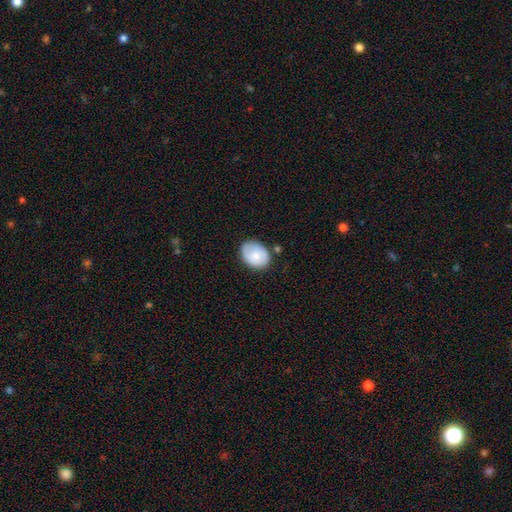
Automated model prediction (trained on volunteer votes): smooth 77%, featured or disk 16%, star or artifact 7%. Down the decision tree: how rounded — in between (68%); merging — none (70%).